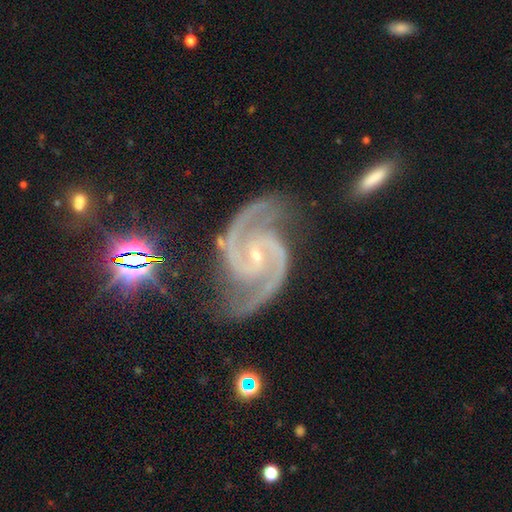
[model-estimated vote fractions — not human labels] Morphology: type=featured or disk (94%); edge-on=no (98%); bar=no (46%); spiral arms=yes (99%); winding=medium (64%); arm count=2 (91%); bulge=small (82%); merging=none (71%).